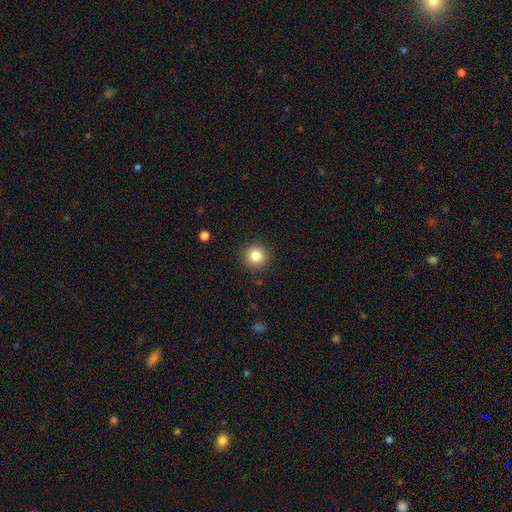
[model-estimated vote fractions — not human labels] Smooth or featured? smooth (83%)
How rounded? round (94%)
Merging? none (91%)